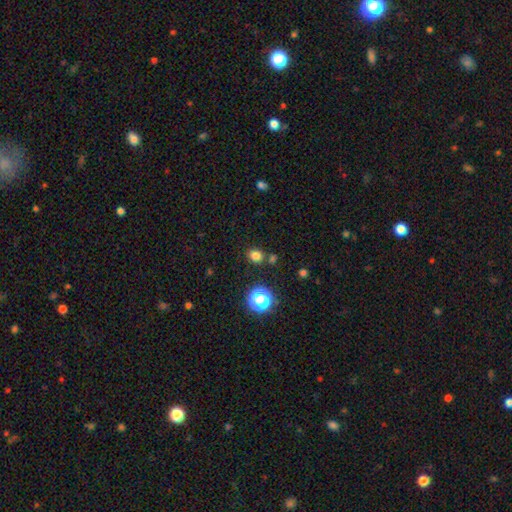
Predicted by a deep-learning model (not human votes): A smooth galaxy with no disk features (78%) that is round (63%). Merging: none (79%).